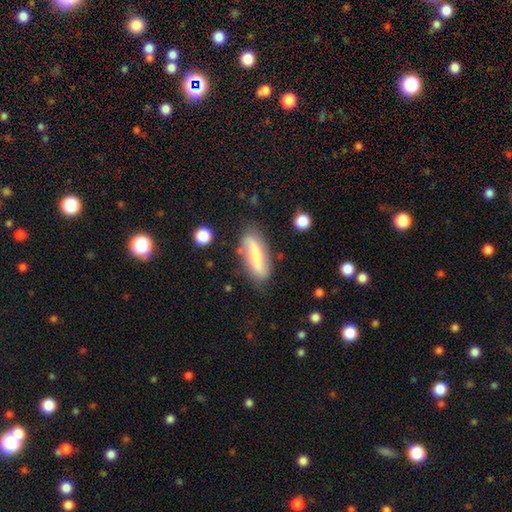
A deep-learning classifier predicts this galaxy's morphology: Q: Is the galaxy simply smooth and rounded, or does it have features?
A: featured or disk — 54%.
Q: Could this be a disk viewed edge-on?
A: no — 73%.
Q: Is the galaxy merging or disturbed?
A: none — 77%.